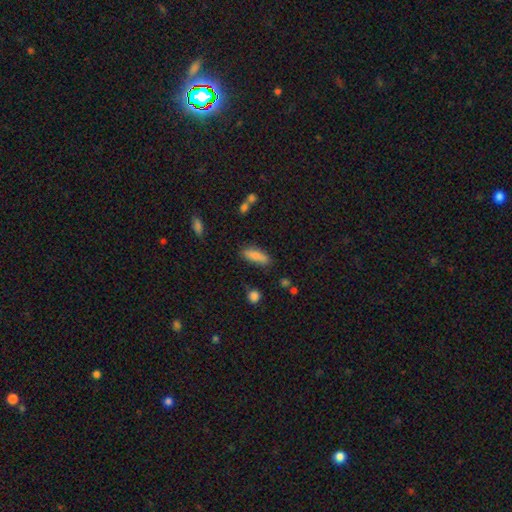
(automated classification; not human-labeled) smooth_or_featured: smooth (p=0.85) [alt: star or artifact p=0.07]
how_rounded: in between (p=0.54) [alt: cigar-shaped p=0.44]
merging: none (p=0.78) [alt: minor disturbance p=0.15]